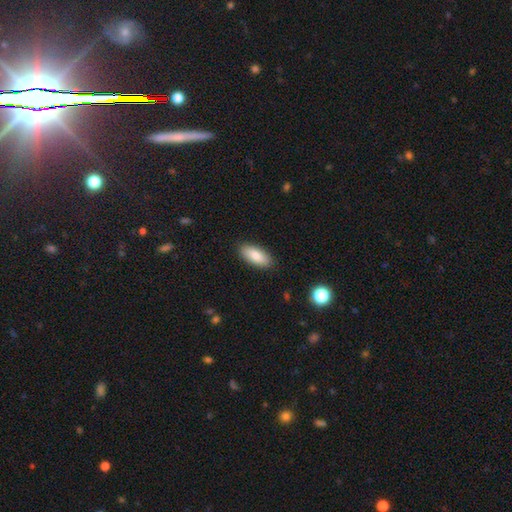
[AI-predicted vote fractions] This is clearly a smooth galaxy (83%). How rounded: clearly in between (83%). Merging: clearly none (88%).